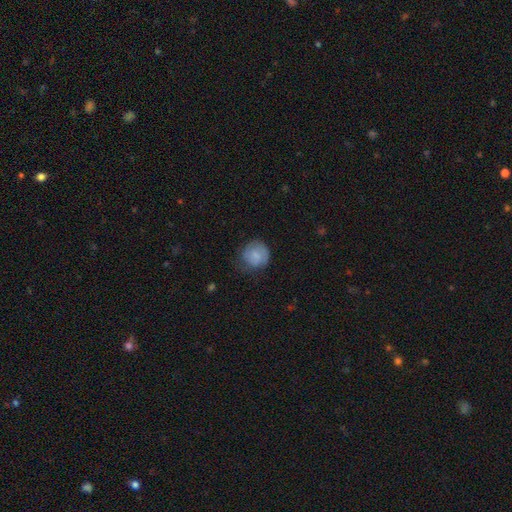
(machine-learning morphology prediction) A smooth galaxy with no disk features (74%) that is round (86%).

Vote fractions:
- Smooth or featured? smooth: 74% / featured or disk: 19% / star or artifact: 7%
- How rounded? round: 86% / in between: 13% / cigar-shaped: 1%
- Merging? none: 61% / minor disturbance: 27% / major disturbance: 11% / merger: 1%